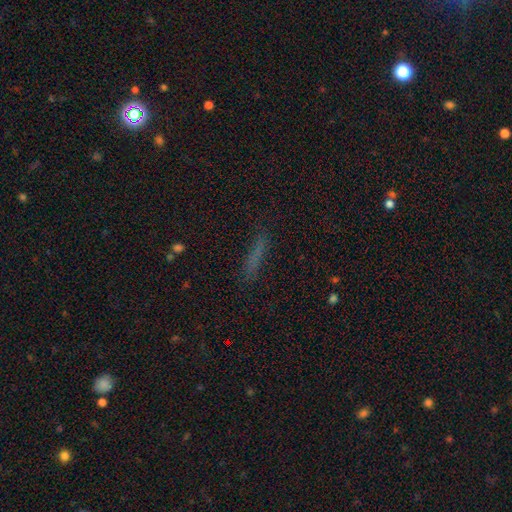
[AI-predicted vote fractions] The model was most divided on "smooth or featured": smooth: 64%, featured or disk: 18%, star or artifact: 18%. More confident: how rounded — cigar-shaped (89%); merging — none (81%).